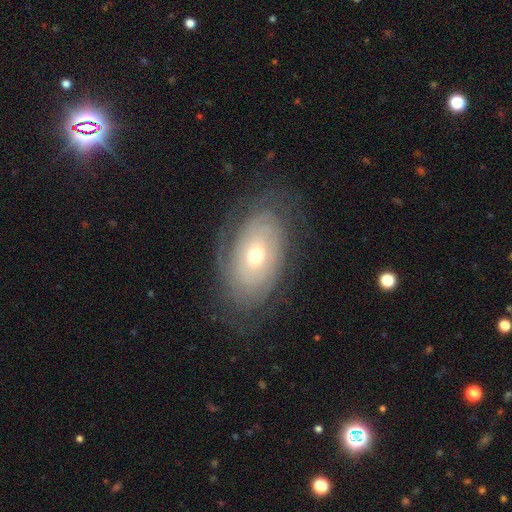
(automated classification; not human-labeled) Smooth or featured? Predicted: featured or disk (p=0.70). Edge-on disk? Predicted: no (p=0.93). Bar? Predicted: no (p=0.81). Spiral arms? Predicted: yes (p=0.77). Spiral winding? Predicted: tight (p=0.72). Spiral arm count? Predicted: can't tell (p=0.53). Bulge size? Predicted: moderate (p=0.58). Merging? Predicted: none (p=0.71).